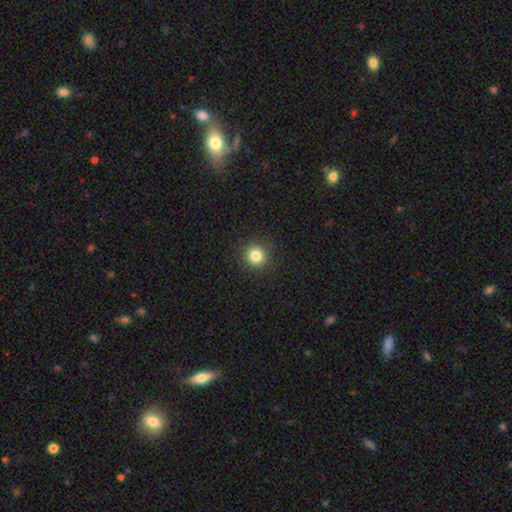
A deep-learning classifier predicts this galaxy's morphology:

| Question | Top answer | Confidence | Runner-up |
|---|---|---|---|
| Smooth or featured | smooth | 82% | star or artifact (13%) |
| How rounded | round | 94% | in between (5%) |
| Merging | none | 92% | minor disturbance (5%) |